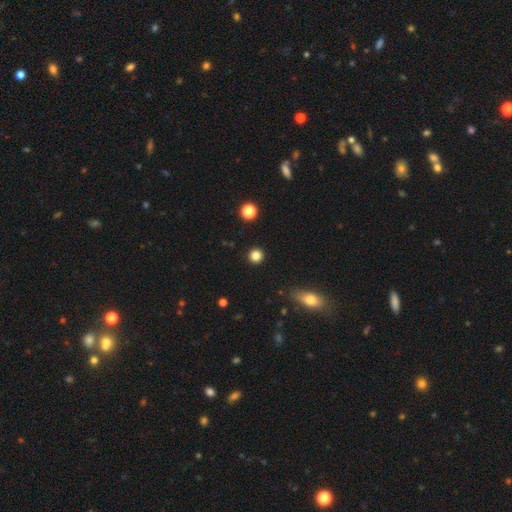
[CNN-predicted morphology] Smooth or featured? smooth (84%)
How rounded? round (95%)
Merging? none (92%)